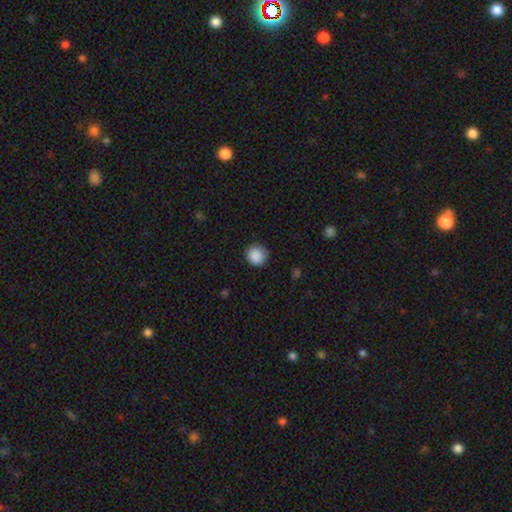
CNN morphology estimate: This appears to be a smooth galaxy with no disk features (89%) that is round (93%). Merging: none (85%).